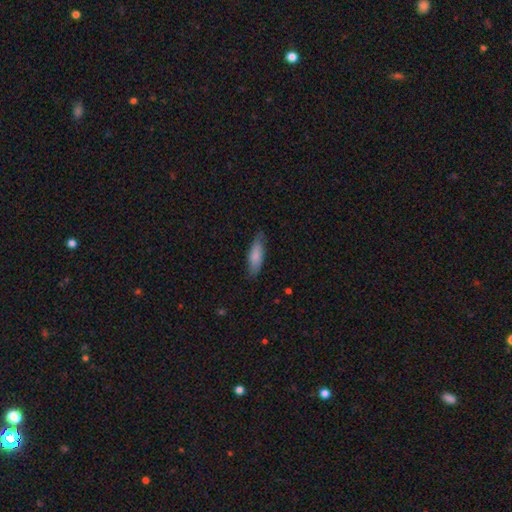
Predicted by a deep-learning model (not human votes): A smooth galaxy with no disk features (81%) that is in between round and cigar-shaped (52%).

Vote fractions:
- Smooth or featured? smooth: 81% / featured or disk: 14% / star or artifact: 5%
- How rounded? in between: 52% / cigar-shaped: 46% / round: 2%
- Merging? none: 79% / minor disturbance: 17% / major disturbance: 3% / merger: 1%